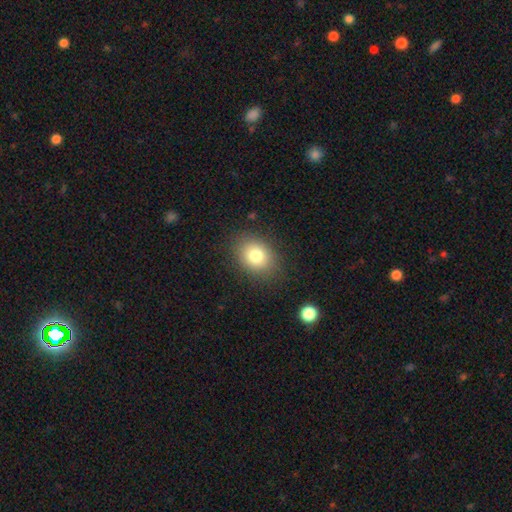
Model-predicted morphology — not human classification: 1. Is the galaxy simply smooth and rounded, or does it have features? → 79% smooth, 11% star or artifact, 10% featured or disk.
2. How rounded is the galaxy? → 56% in between, 43% round, 1% cigar-shaped.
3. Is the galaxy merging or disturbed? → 84% none, 11% minor disturbance, 4% major disturbance, 1% merger.